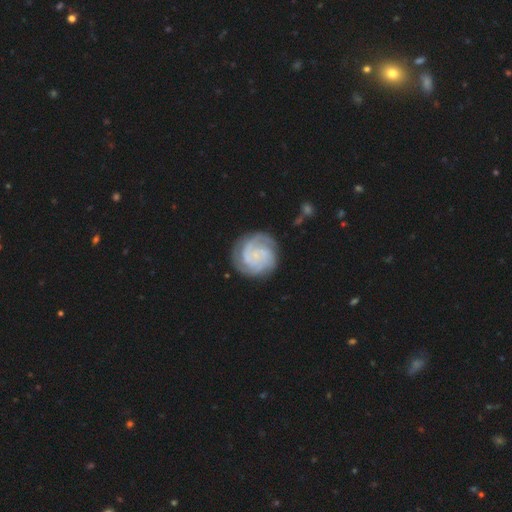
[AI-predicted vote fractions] Smooth or featured: featured or disk — 85% (smooth — 10%)
Edge-on disk: no — 98% (yes — 2%)
Bar: no — 70% (weak — 25%)
Spiral arms: yes — 97% (no — 3%)
Spiral winding: tight — 71% (medium — 25%)
Spiral arm count: 3 — 37% (2 — 18%)
Bulge size: small — 60% (none — 29%)
Merging: none — 78% (minor disturbance — 14%)